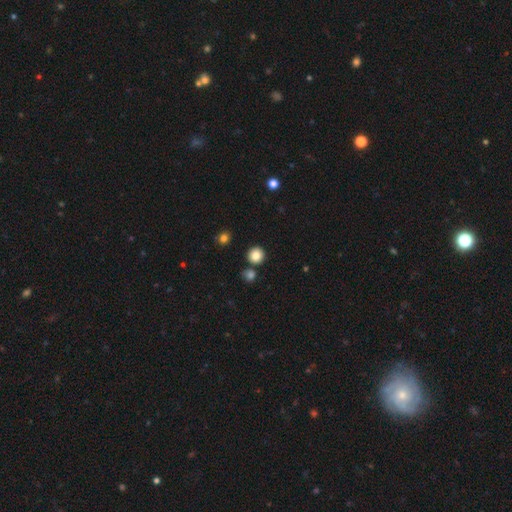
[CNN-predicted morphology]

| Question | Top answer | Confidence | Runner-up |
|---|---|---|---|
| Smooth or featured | smooth | 84% | star or artifact (11%) |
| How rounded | round | 92% | in between (7%) |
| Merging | none | 84% | merger (8%) |